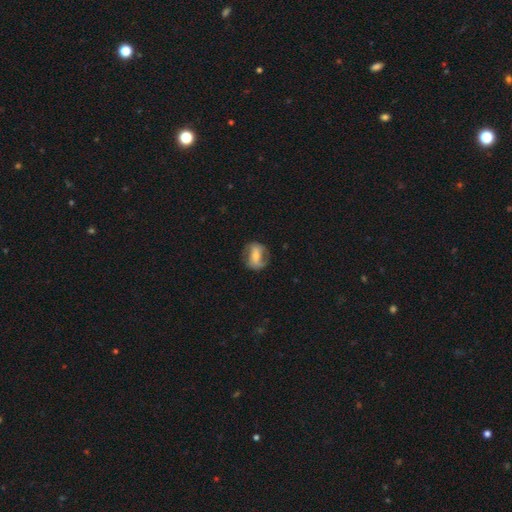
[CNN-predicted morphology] type=featured or disk (64%); edge-on=no (95%); bar=strong (41%); spiral arms=yes (81%); bulge=moderate (46%); merging=none (73%).